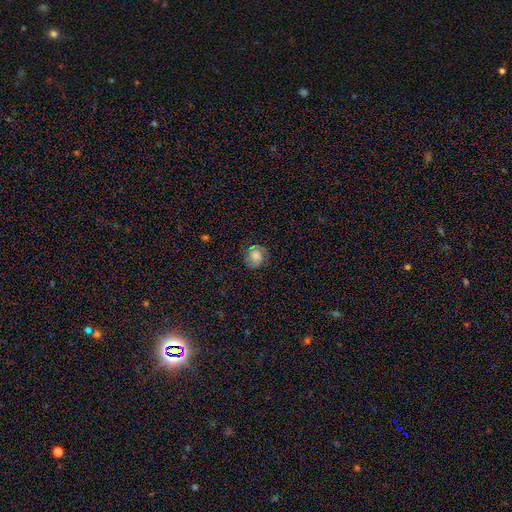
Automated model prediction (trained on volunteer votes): smooth-or-featured: featured or disk: 54% | smooth: 35% | star or artifact: 11%
  disk-edge-on: no: 98% | yes: 2%
    bar: no: 70% | weak: 25% | strong: 5%
    has-spiral-arms: yes: 92% | no: 8%
    bulge-size: moderate: 32% | small: 24% | large: 23% | none: 16% | dominant: 5%
  merging: none: 78% | minor disturbance: 15% | major disturbance: 6% | merger: 1%